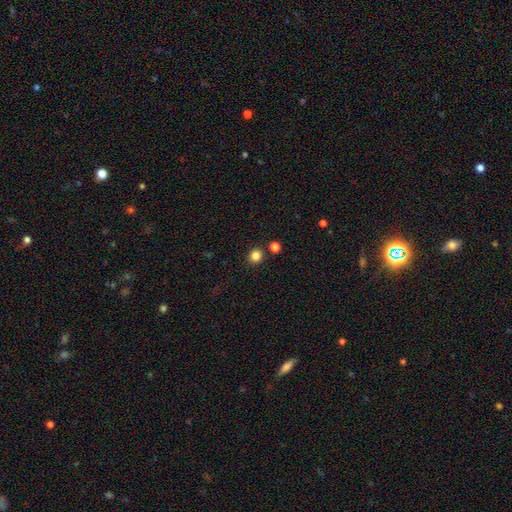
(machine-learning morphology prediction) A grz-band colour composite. It shows a smooth galaxy with no disk features (83%) that is round (88%). Merging: none (86%).